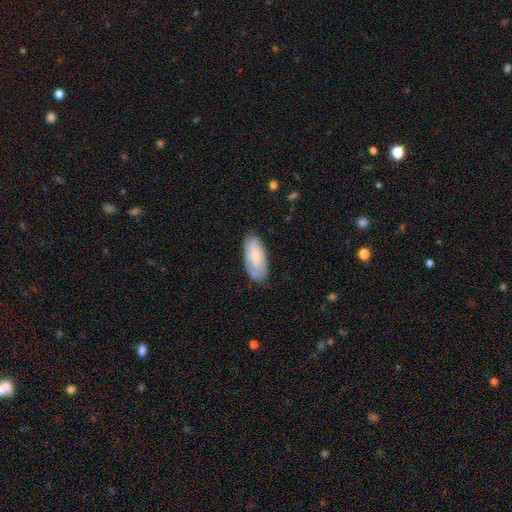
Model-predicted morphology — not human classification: Smooth or featured? Predicted: smooth (p=0.57). How rounded? Predicted: in between (p=0.88). Merging? Predicted: none (p=0.76).